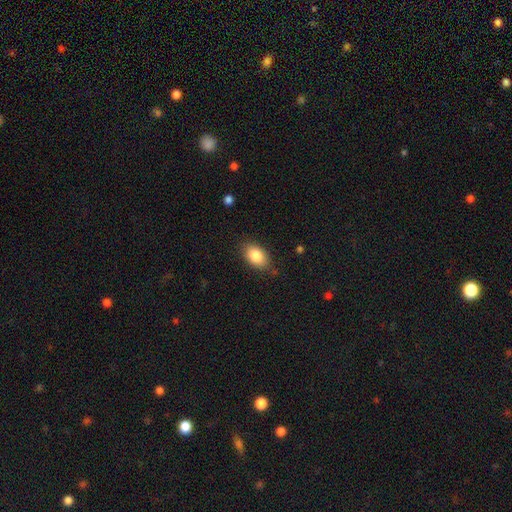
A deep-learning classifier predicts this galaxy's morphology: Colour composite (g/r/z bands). It shows a smooth galaxy with no disk features (85%) that is in between round and cigar-shaped (89%). Merging: none (83%).